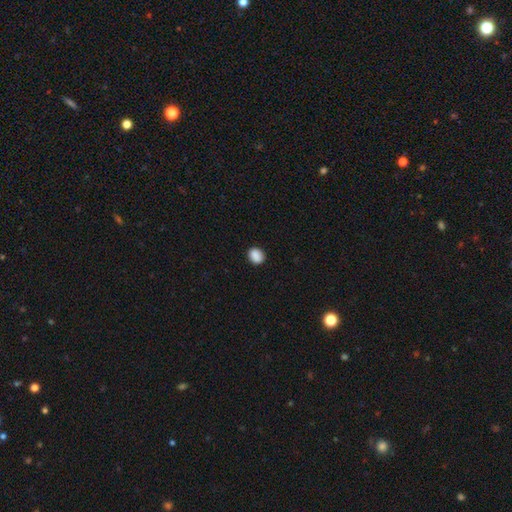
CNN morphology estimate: A smooth galaxy with no disk features (88%) that is round (55%).

Vote fractions:
- Smooth or featured? smooth: 88% / star or artifact: 9% / featured or disk: 3%
- How rounded? round: 55% / in between: 44% / cigar-shaped: 1%
- Merging? none: 87% / minor disturbance: 9% / major disturbance: 2% / merger: 1%